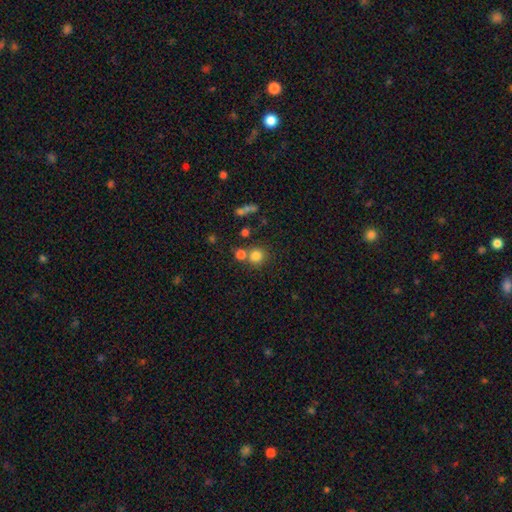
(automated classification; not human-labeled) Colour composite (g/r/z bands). It shows a smooth galaxy with no disk features (79%) that is round (90%). Merging: none (62%).